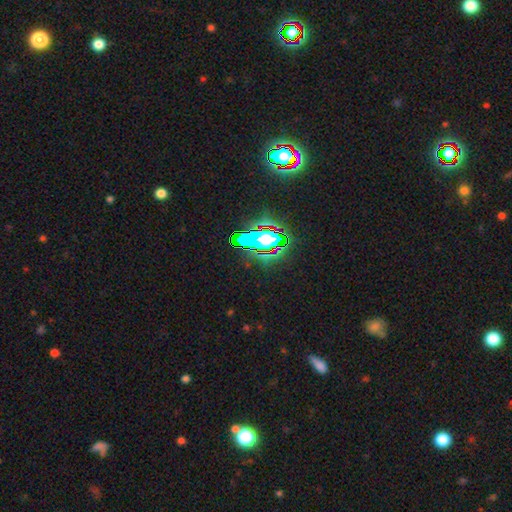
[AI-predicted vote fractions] Morphology: type=star or artifact (77%).